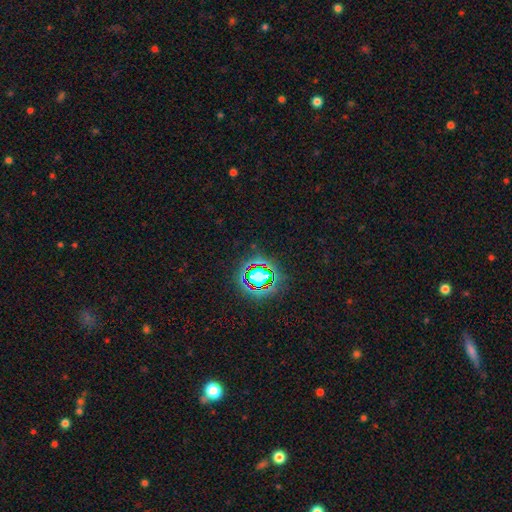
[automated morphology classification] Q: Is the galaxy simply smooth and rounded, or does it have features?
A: star or artifact — 79%.